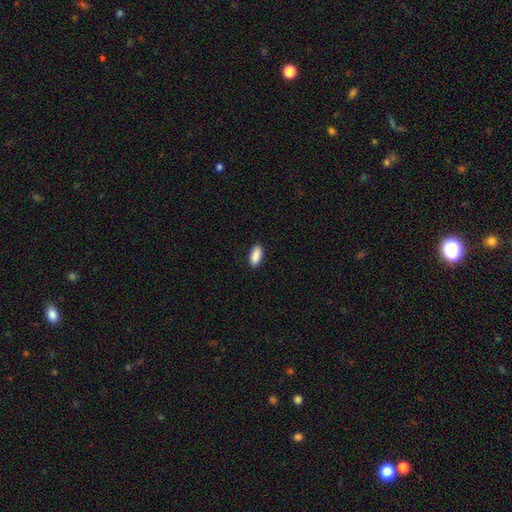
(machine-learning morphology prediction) smooth_or_featured: smooth (p=0.90) [alt: star or artifact p=0.07]
how_rounded: in between (p=0.86) [alt: cigar-shaped p=0.12]
merging: none (p=0.89) [alt: minor disturbance p=0.08]